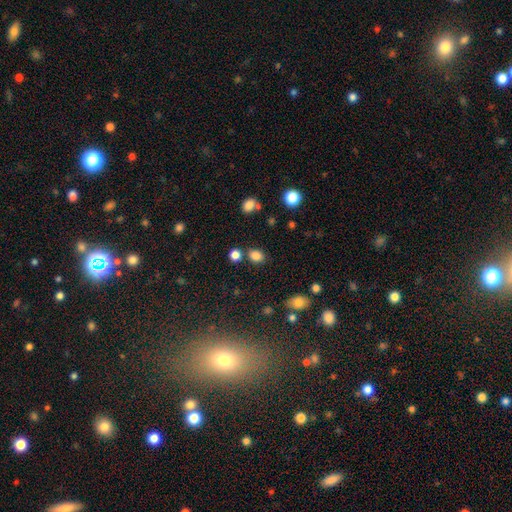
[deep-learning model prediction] Q: Smooth or featured?
A: smooth (83%); runner-up: star or artifact (12%)
Q: How rounded?
A: round (49%); tied with: in between (49%)
Q: Merging?
A: none (75%); runner-up: minor disturbance (11%)